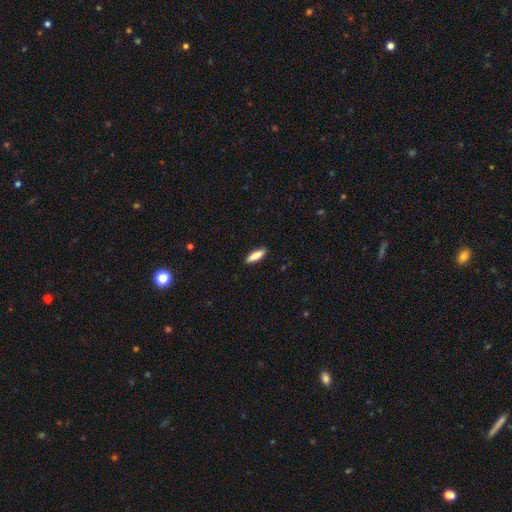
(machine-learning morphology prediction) The model was most divided on "how rounded": cigar-shaped: 55%, in between: 44%, round: 2%. More confident: merging — none (90%); smooth or featured — smooth (85%).